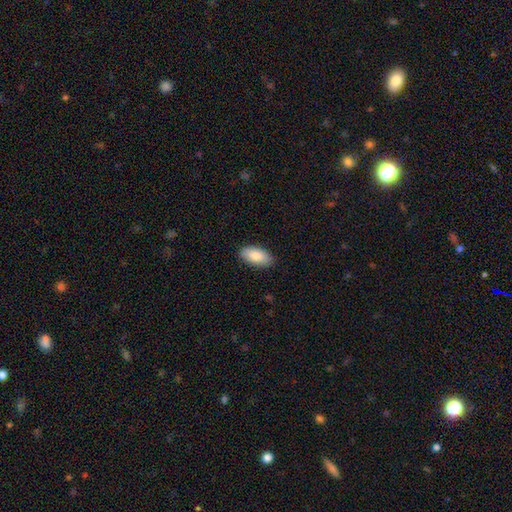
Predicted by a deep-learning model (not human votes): Smooth or featured?
  - smooth: 87% *
  - featured or disk: 7%
  - star or artifact: 6%
How rounded?
  - in between: 94% *
  - cigar-shaped: 3%
  - round: 2%
Merging?
  - none: 86% *
  - minor disturbance: 11%
  - major disturbance: 2%
  - merger: 1%